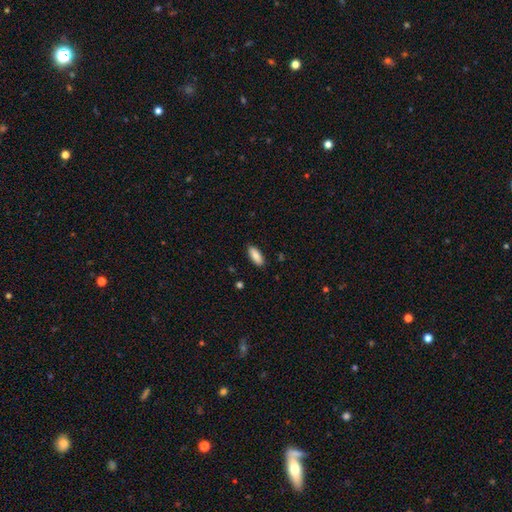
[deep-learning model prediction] This is clearly a smooth galaxy (85%). How rounded: likely in between (79%). Merging: clearly none (88%).